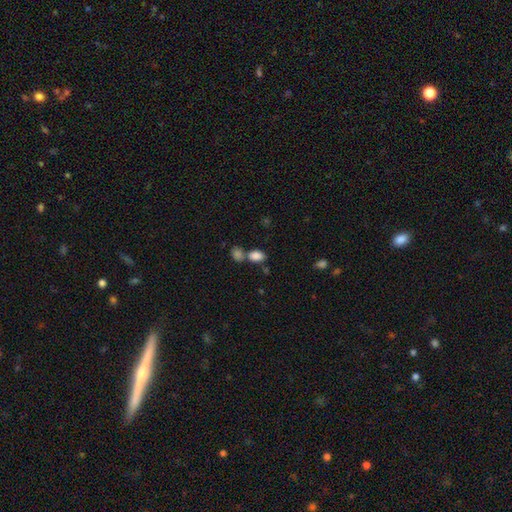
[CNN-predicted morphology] Q: Smooth or featured?
A: smooth (85%); runner-up: star or artifact (9%)
Q: How rounded?
A: in between (85%); runner-up: round (13%)
Q: Merging?
A: none (45%); runner-up: merger (41%)